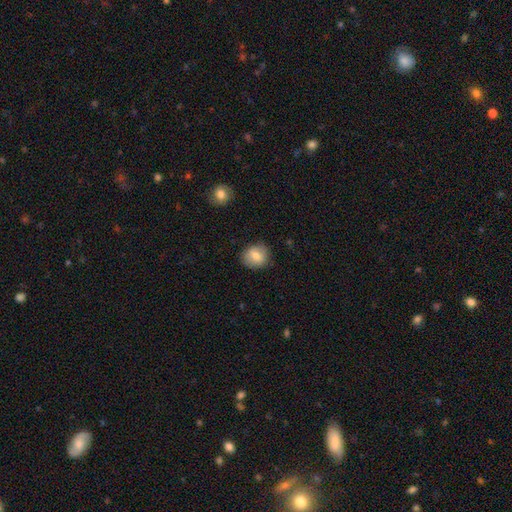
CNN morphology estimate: This appears to be a smooth galaxy with no disk features (78%) that is round (71%). Merging: none (81%).